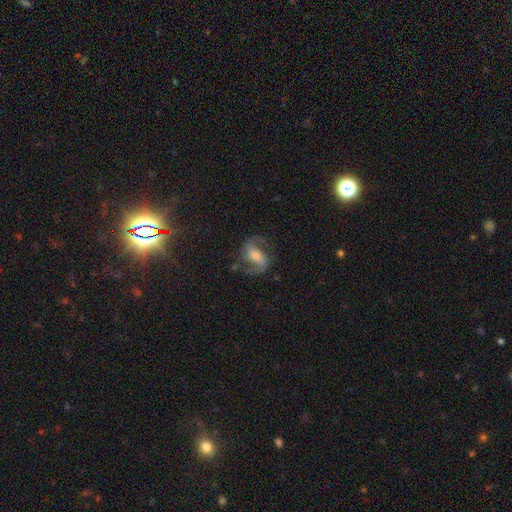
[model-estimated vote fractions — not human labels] Smooth or featured?
  - featured or disk: 84% *
  - smooth: 9%
  - star or artifact: 8%
Edge-on disk?
  - no: 97% *
  - yes: 3%
Bar?
  - weak: 39% *
  - strong: 37%
  - no: 24%
Spiral arms?
  - yes: 96% *
  - no: 4%
Spiral winding?
  - medium: 53% *
  - loose: 33%
  - tight: 13%
Spiral arm count?
  - 2: 93% *
  - can't tell: 2%
  - 1: 2%
  - 3: 1%
  - 4: 1%
  - more than 4: 1%
Bulge size?
  - moderate: 52% *
  - small: 36%
  - large: 7%
  - none: 4%
  - dominant: 1%
Merging?
  - none: 76% *
  - minor disturbance: 14%
  - major disturbance: 9%
  - merger: 2%